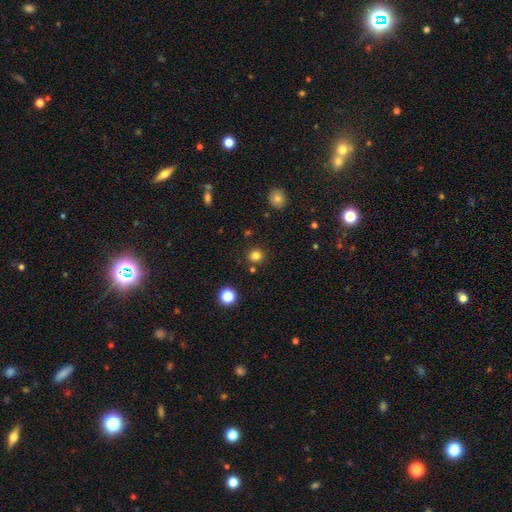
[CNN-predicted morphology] Smooth or featured? Predicted: smooth (p=0.81). How rounded? Predicted: round (p=0.92). Merging? Predicted: none (p=0.87).